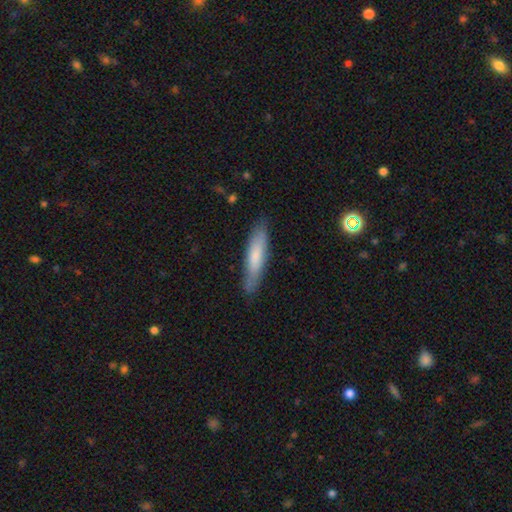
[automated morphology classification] Smooth or featured? smooth (71%)
How rounded? cigar-shaped (81%)
Merging? none (82%)